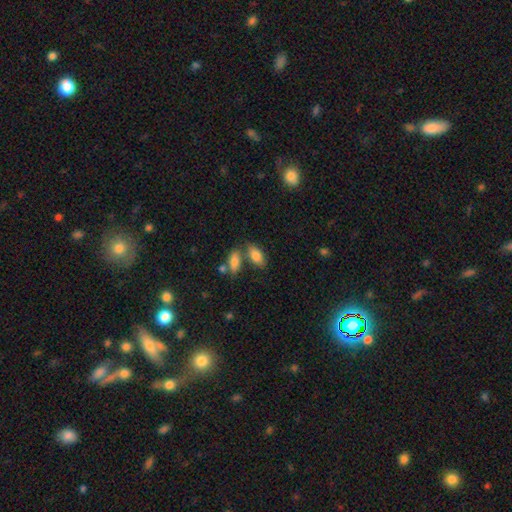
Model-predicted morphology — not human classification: smooth 81%, featured or disk 11%, star or artifact 8%. Down the decision tree: how rounded — in between (86%); merging — none (57%).